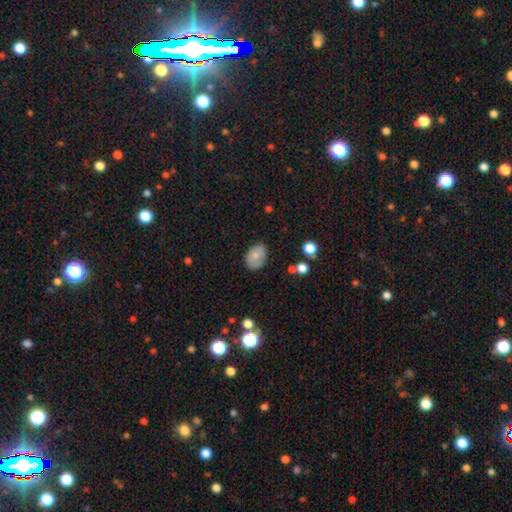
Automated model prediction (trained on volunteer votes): smooth 74%, featured or disk 18%, star or artifact 8%. Down the decision tree: how rounded — in between (81%); merging — none (72%).